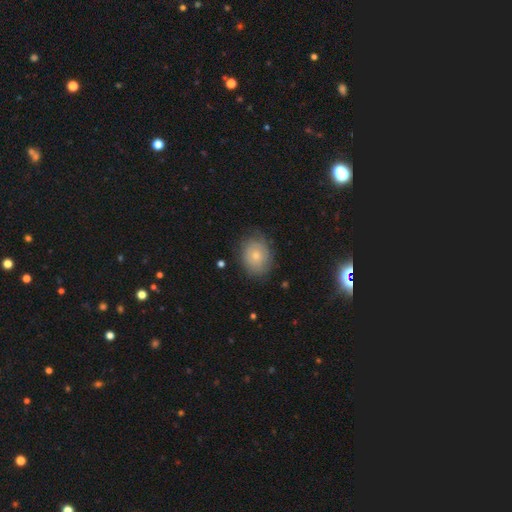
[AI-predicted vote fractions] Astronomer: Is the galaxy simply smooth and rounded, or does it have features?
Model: smooth — 58% (runner-up: featured or disk, 34%).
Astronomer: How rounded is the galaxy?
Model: round — 58% (runner-up: in between, 41%).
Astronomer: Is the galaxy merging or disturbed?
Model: none — 73%.